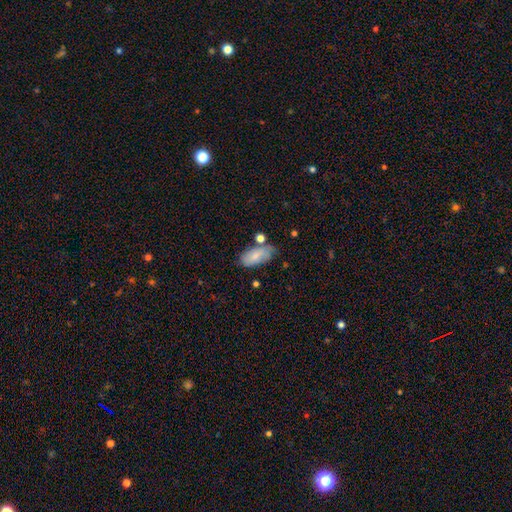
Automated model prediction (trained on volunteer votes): Smooth or featured: smooth — 73% (featured or disk — 20%)
How rounded: in between — 91% (cigar-shaped — 6%)
Merging: none — 58% (minor disturbance — 25%)